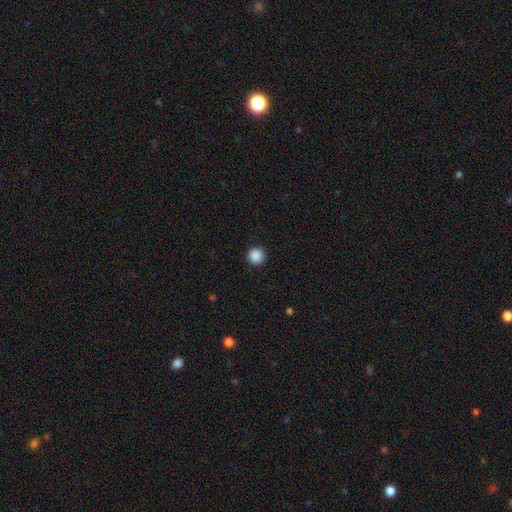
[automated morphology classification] type=smooth (88%); roundness=round (96%); merging=none (93%).